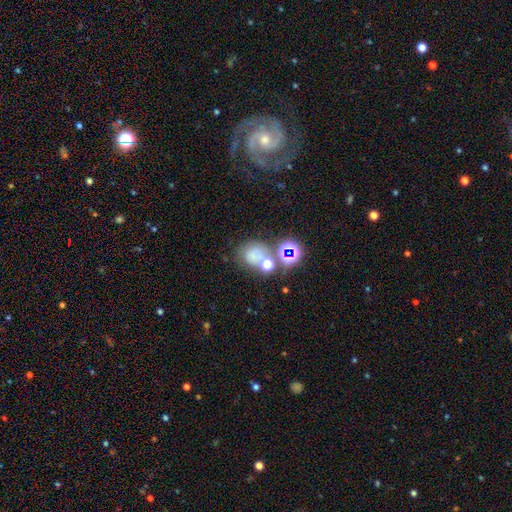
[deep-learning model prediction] Morphology: type=smooth (57%); roundness=round (65%); merging=none (43%).